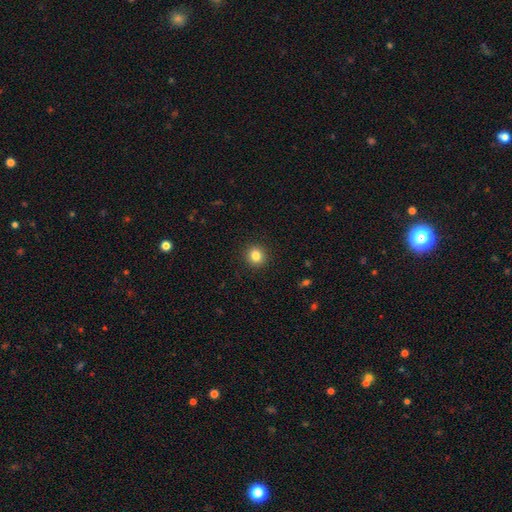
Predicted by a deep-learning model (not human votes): This is clearly a smooth galaxy (84%). How rounded: clearly round (90%). Merging: clearly none (93%).